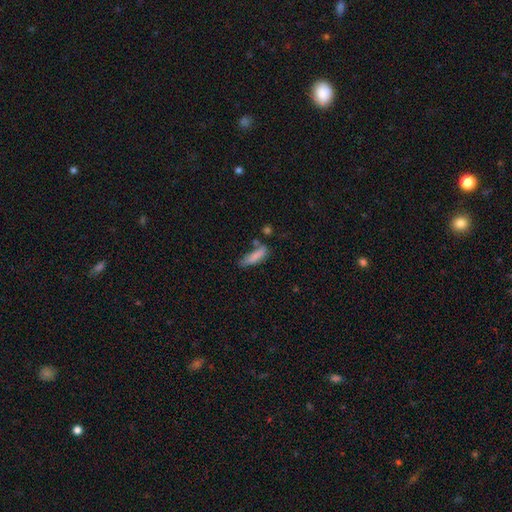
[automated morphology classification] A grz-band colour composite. It shows a smooth galaxy with no disk features (79%) that is cigar-shaped (57%). Merging: none (48%).